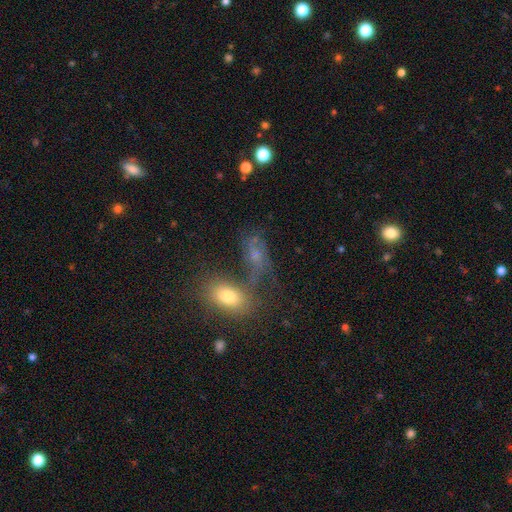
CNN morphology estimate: smooth-or-featured: smooth: 49% | featured or disk: 30% | star or artifact: 21%
  merging: none: 39% | merger: 25% | minor disturbance: 18% | major disturbance: 18%